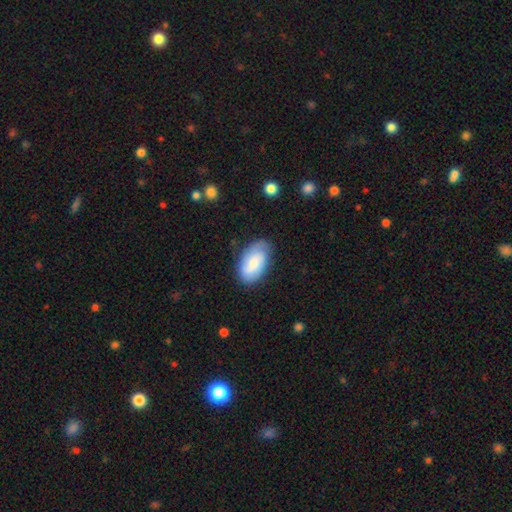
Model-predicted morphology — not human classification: The model was most divided on "smooth or featured": smooth: 59%, featured or disk: 34%, star or artifact: 7%. More confident: how rounded — in between (93%); merging — none (75%).